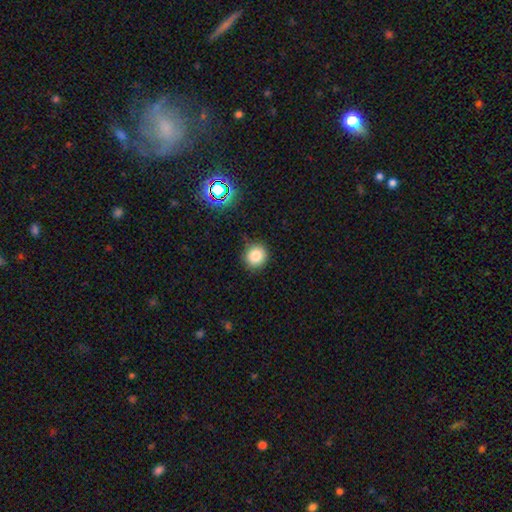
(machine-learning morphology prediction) Overall: smooth (81%). How rounded: round (88%). Merging: none (87%).